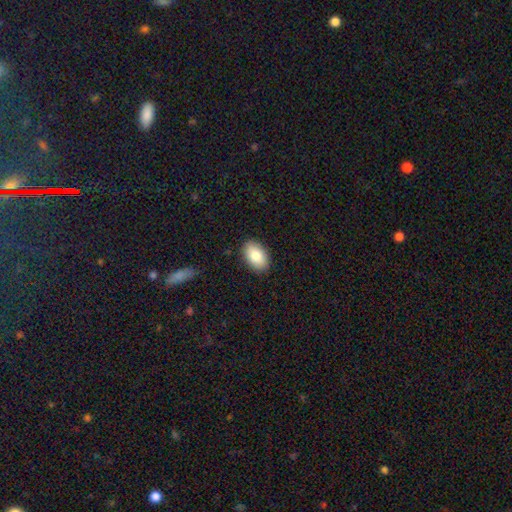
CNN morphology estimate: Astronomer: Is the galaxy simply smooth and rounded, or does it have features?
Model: smooth — 83%.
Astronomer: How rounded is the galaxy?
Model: in between — 92%.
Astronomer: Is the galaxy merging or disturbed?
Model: none — 88%.